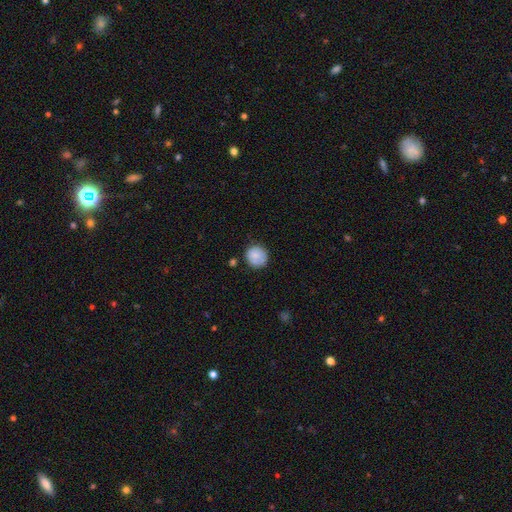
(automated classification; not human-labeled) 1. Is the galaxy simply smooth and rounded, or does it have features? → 78% smooth, 15% featured or disk, 8% star or artifact.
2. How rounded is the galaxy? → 89% round, 10% in between, 1% cigar-shaped.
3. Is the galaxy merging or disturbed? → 75% none, 18% minor disturbance, 4% major disturbance, 3% merger.